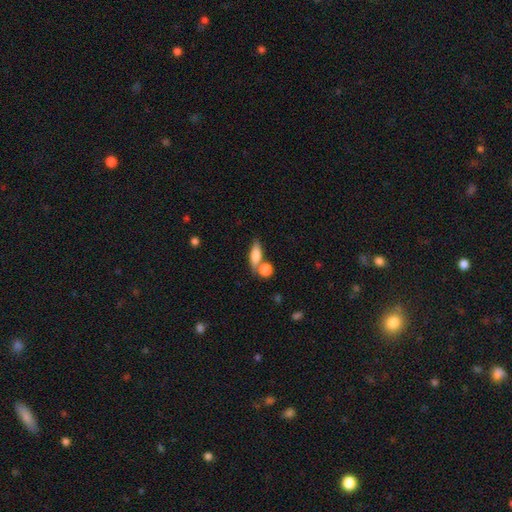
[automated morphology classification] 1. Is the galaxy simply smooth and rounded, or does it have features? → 75% smooth, 17% featured or disk, 8% star or artifact.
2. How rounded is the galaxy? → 61% in between, 31% cigar-shaped, 8% round.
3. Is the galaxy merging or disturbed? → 57% none, 25% merger, 13% minor disturbance, 5% major disturbance.